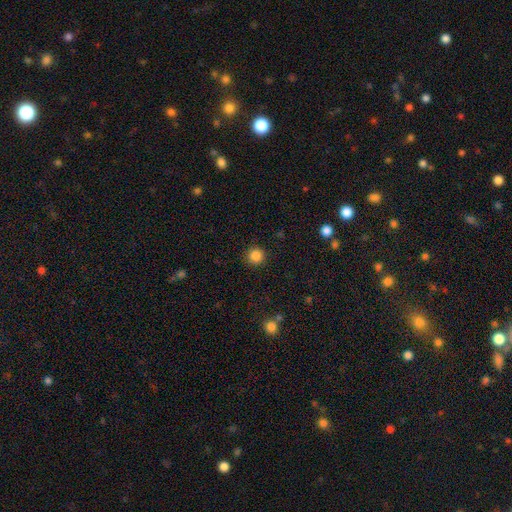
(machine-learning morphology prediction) A smooth galaxy with no disk features (86%) that is round (95%). Merging: none (90%).